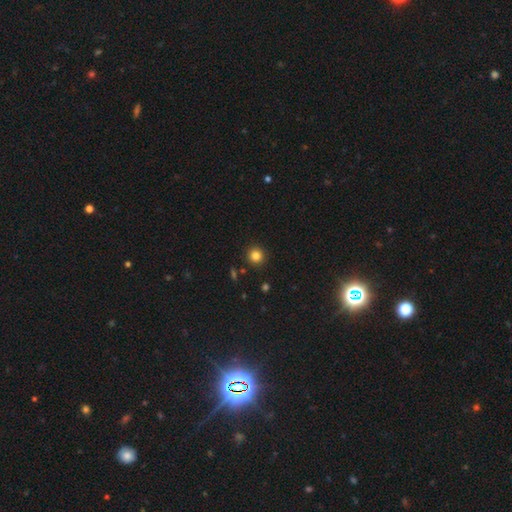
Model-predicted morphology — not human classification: Smooth or featured: smooth — 83% (star or artifact — 12%)
How rounded: round — 94% (in between — 5%)
Merging: none — 91% (minor disturbance — 5%)